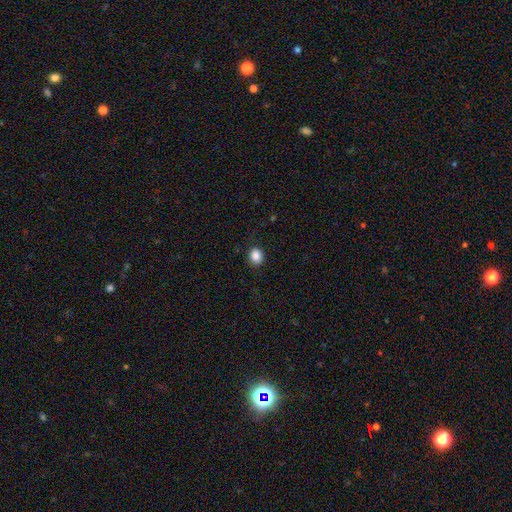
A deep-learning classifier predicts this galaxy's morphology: A smooth galaxy with no disk features (87%) that is round (68%).

Vote fractions:
- Smooth or featured? smooth: 87% / star or artifact: 10% / featured or disk: 4%
- How rounded? round: 68% / in between: 31% / cigar-shaped: 1%
- Merging? none: 88% / minor disturbance: 8% / major disturbance: 2% / merger: 1%